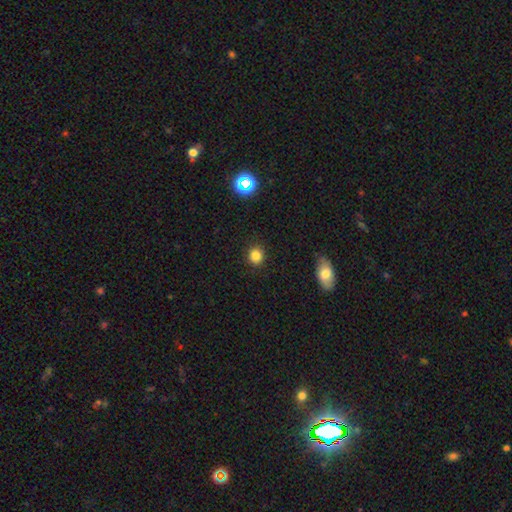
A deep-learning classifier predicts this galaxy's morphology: smooth-or-featured: smooth: 83% | star or artifact: 13% | featured or disk: 5%
  how-rounded: round: 88% | in between: 11% | cigar-shaped: 1%
  merging: none: 90% | minor disturbance: 6% | major disturbance: 2% | merger: 1%